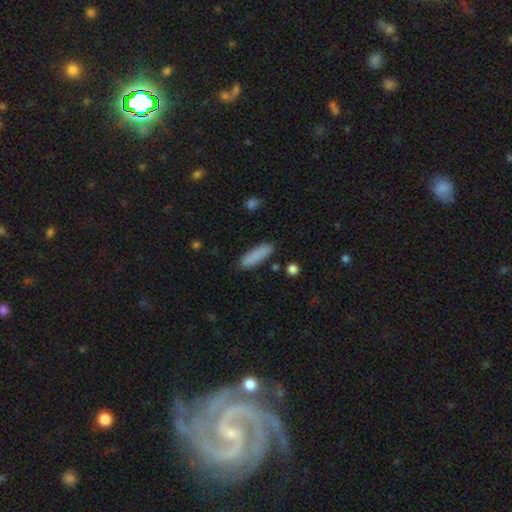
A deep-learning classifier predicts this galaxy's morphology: Overall: smooth (87%). How rounded: cigar-shaped (65%; in between 33%). Merging: none (86%).